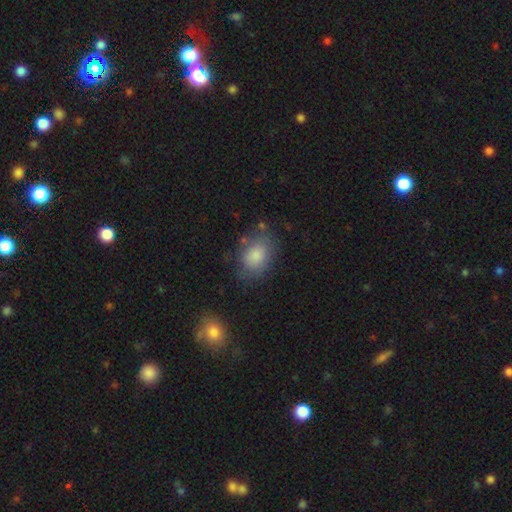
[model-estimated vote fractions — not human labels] smooth_or_featured: smooth (p=0.83) [alt: featured or disk p=0.09]
how_rounded: in between (p=0.71) [alt: round p=0.27]
merging: none (p=0.68) [alt: minor disturbance p=0.20]